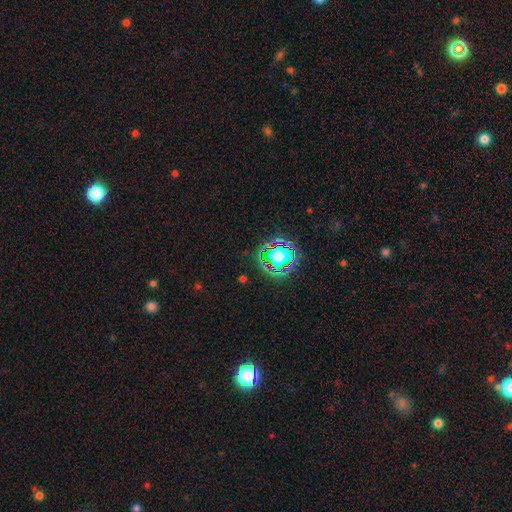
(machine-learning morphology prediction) The model was most divided on "smooth or featured": star or artifact: 76%, smooth: 15%, featured or disk: 8%.